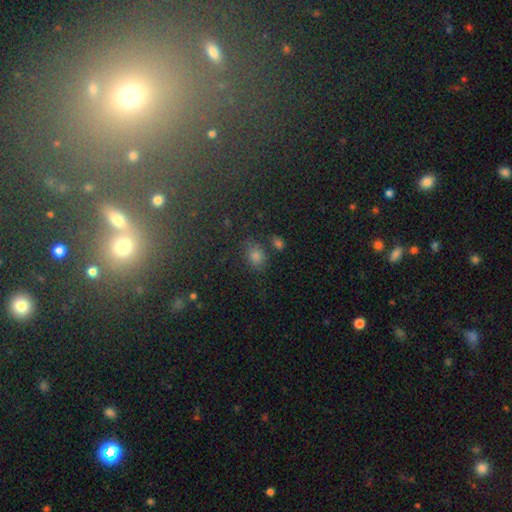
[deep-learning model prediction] Smooth or featured: smooth — 71% (star or artifact — 21%)
How rounded: in between — 63% (round — 35%)
Merging: none — 77% (minor disturbance — 12%)